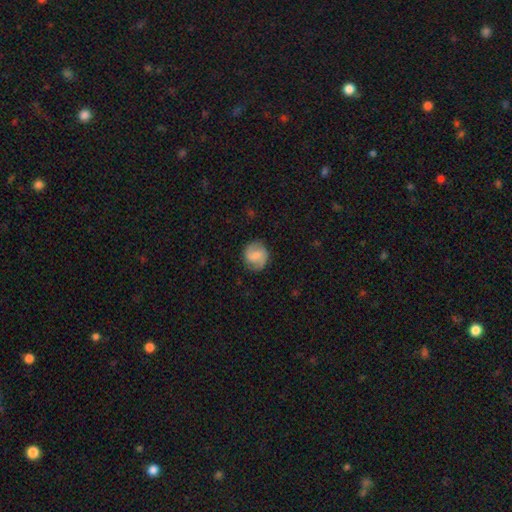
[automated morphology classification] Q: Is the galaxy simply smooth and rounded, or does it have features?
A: featured or disk — 58%.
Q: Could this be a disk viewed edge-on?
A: no — 98%.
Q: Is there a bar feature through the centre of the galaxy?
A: weak — 51%.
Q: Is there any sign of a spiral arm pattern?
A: yes — 92%.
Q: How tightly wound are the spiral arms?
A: medium — 48%.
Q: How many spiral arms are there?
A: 2 — 89%.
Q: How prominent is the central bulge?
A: none — 34%.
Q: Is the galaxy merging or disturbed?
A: none — 83%.